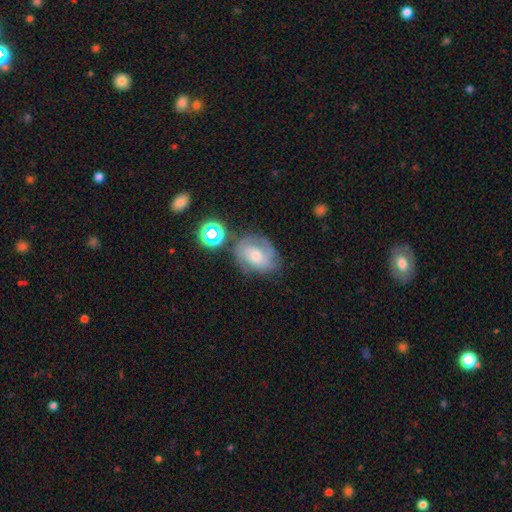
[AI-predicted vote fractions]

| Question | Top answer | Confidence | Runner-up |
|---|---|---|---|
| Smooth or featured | featured or disk | 60% | smooth (27%) |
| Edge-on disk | no | 96% | yes (4%) |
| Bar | no | 61% | weak (33%) |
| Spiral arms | yes | 86% | no (14%) |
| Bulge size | moderate | 55% | small (34%) |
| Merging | none | 61% | minor disturbance (22%) |